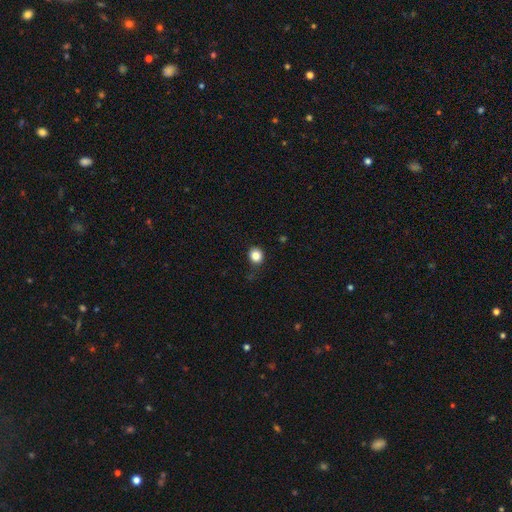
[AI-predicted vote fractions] A smooth galaxy with no disk features (85%) that is round (81%). Merging: none (81%).